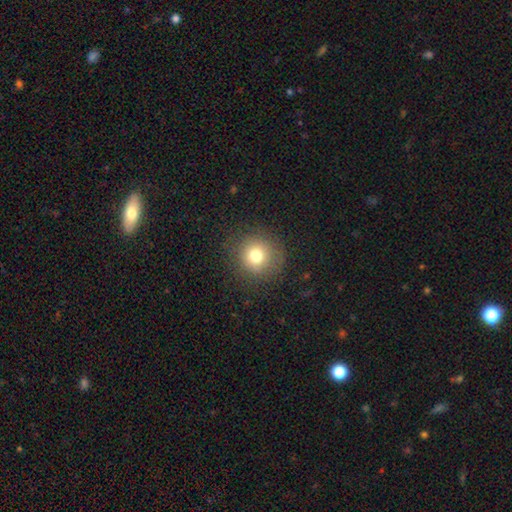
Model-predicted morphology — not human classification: smooth-or-featured: smooth: 77% | star or artifact: 13% | featured or disk: 10%
  how-rounded: round: 93% | in between: 6% | cigar-shaped: 1%
  merging: none: 85% | minor disturbance: 9% | major disturbance: 4% | merger: 1%